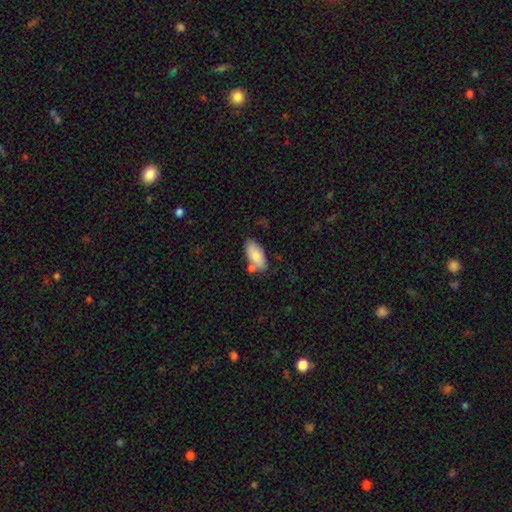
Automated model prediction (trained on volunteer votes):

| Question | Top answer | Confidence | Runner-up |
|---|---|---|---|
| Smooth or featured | smooth | 81% | featured or disk (13%) |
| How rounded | in between | 89% | cigar-shaped (9%) |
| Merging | none | 67% | minor disturbance (17%) |